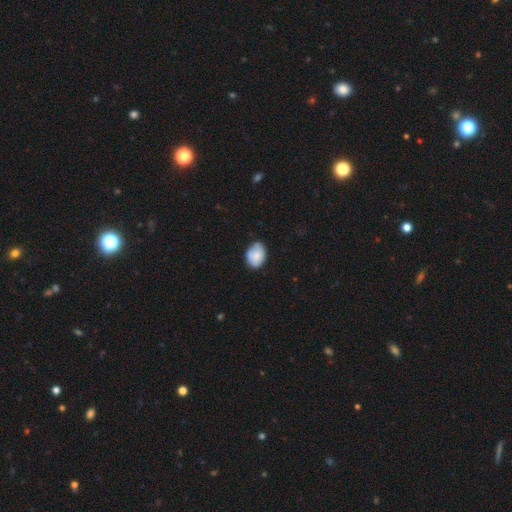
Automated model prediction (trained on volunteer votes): This appears to be a smooth galaxy with no disk features (79%) that is in between round and cigar-shaped (72%). Merging: none (66%).